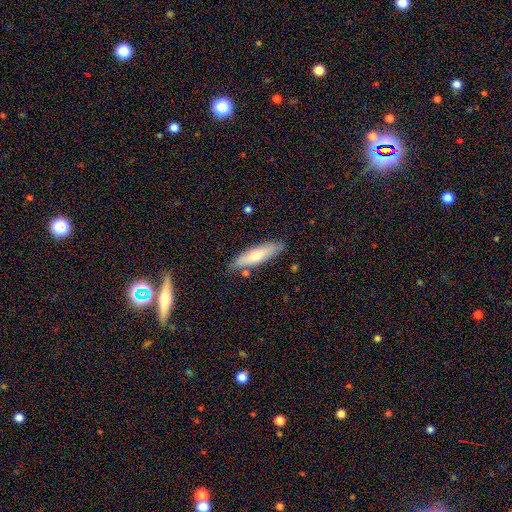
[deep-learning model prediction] Q: Smooth or featured?
A: smooth (66%); runner-up: featured or disk (28%)
Q: How rounded?
A: cigar-shaped (67%); runner-up: in between (32%)
Q: Merging?
A: none (82%); runner-up: minor disturbance (13%)